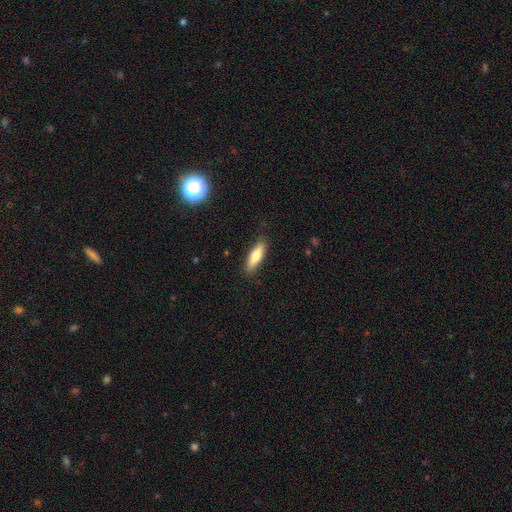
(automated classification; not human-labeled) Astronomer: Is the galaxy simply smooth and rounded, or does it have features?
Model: smooth — 70%.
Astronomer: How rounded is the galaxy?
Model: cigar-shaped — 54% (runner-up: in between, 44%).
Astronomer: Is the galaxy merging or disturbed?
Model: none — 86%.